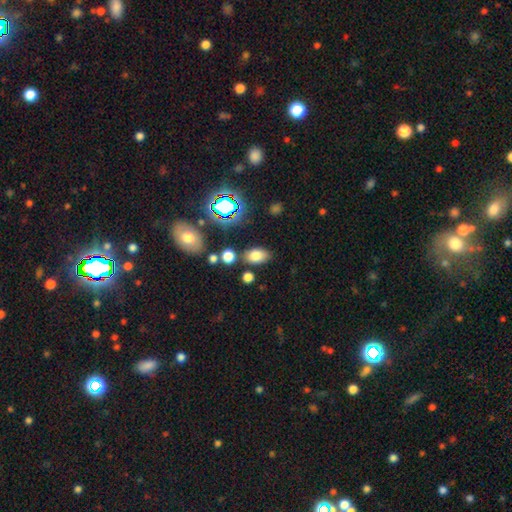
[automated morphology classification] Smooth or featured? smooth (76%)
How rounded? in between (87%)
Merging? none (77%)